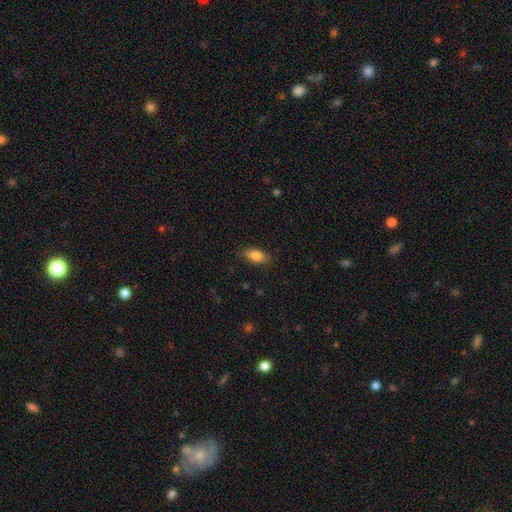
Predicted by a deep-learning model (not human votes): Q: Smooth or featured?
A: smooth (82%); runner-up: featured or disk (10%)
Q: How rounded?
A: in between (87%); runner-up: cigar-shaped (9%)
Q: Merging?
A: none (83%); runner-up: minor disturbance (13%)